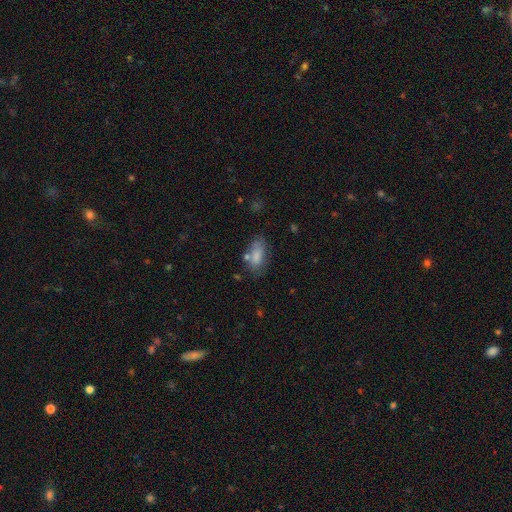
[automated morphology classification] The model was most divided on "merging": none: 59%, minor disturbance: 22%, merger: 11%, major disturbance: 8%. More confident: how rounded — in between (88%); smooth or featured — smooth (80%).